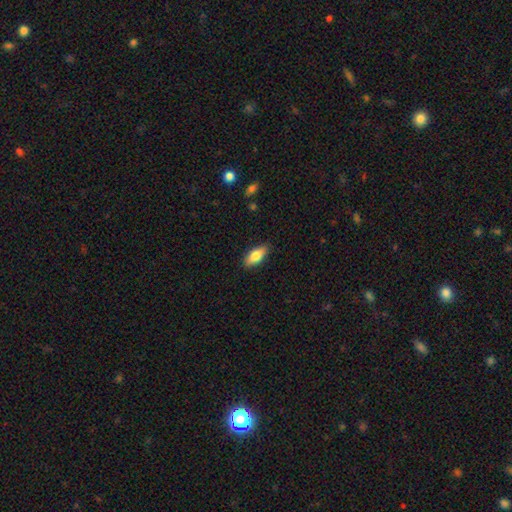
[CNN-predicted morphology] smooth_or_featured: smooth (p=0.79) [alt: featured or disk p=0.15]
how_rounded: in between (p=0.82) [alt: cigar-shaped p=0.15]
merging: none (p=0.88) [alt: minor disturbance p=0.09]